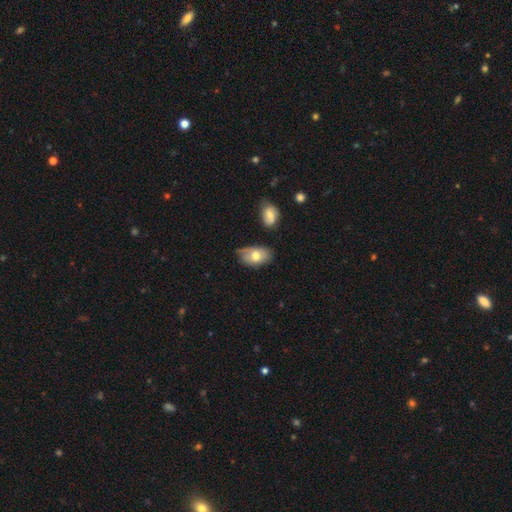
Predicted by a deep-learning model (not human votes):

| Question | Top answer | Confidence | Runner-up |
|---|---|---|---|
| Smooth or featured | smooth | 68% | featured or disk (25%) |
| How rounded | in between | 89% | round (9%) |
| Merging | none | 51% | minor disturbance (36%) |